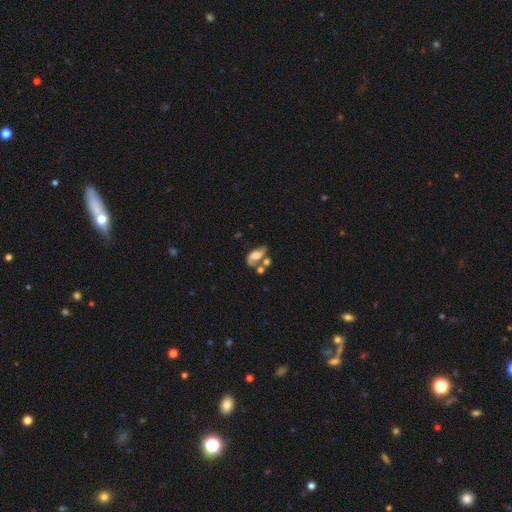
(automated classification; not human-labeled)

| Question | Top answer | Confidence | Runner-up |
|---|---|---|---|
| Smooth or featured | featured or disk | 51% | smooth (38%) |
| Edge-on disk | no | 93% | yes (7%) |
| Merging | merger | 35% | none (29%) |